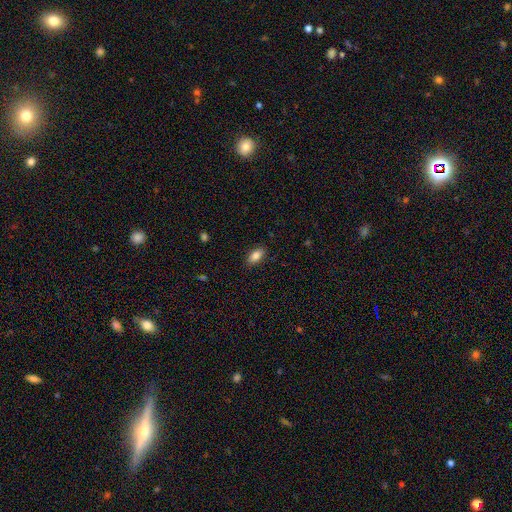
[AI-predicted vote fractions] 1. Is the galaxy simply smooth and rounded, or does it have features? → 83% smooth, 9% featured or disk, 8% star or artifact.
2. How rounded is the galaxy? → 88% in between, 9% cigar-shaped, 4% round.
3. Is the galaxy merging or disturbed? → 87% none, 9% minor disturbance, 2% major disturbance, 1% merger.